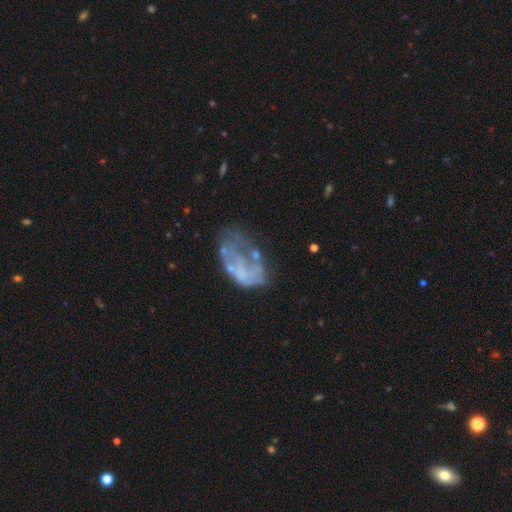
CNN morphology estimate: This appears to be a featured or disk galaxy (63%) with no bar (89%), no spiral arms (85%) and no central bulge (74%). Merging: major disturbance (36%).